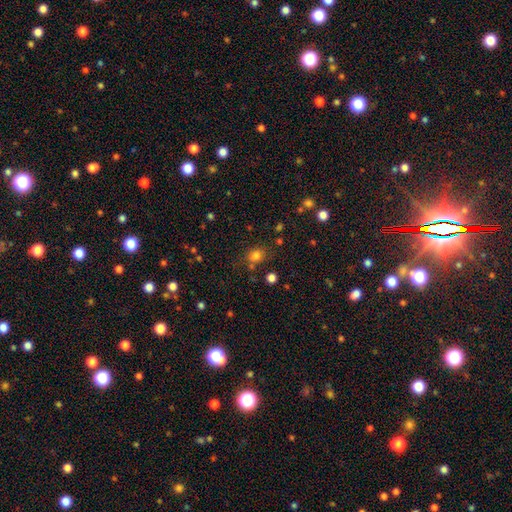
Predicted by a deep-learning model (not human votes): This is likely a smooth galaxy (78%). How rounded: likely round (68%). Merging: likely none (72%).